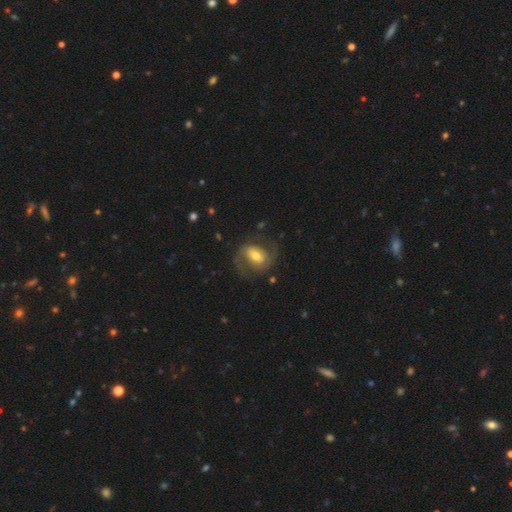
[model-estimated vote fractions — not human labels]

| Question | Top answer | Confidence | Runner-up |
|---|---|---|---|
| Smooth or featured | featured or disk | 68% | smooth (25%) |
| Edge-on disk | no | 97% | yes (3%) |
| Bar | weak | 43% | no (29%) |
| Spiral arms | yes | 85% | no (15%) |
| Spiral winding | medium | 51% | loose (28%) |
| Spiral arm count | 2 | 87% | can't tell (7%) |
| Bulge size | moderate | 63% | small (21%) |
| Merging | none | 67% | minor disturbance (17%) |